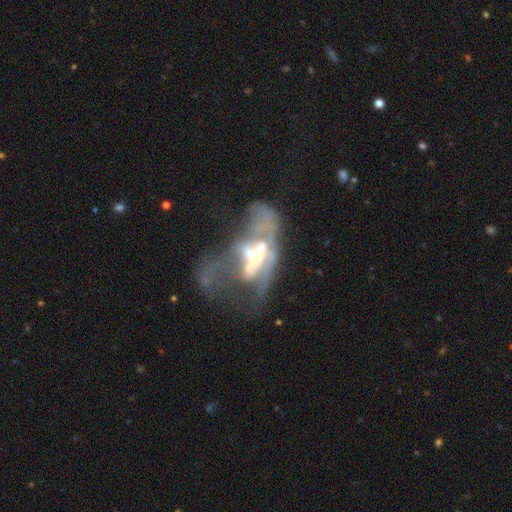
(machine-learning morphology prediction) A featured or disk galaxy (65%) with no bar (54%), no spiral arms (71%) and a moderate central bulge (30%). Merging: major disturbance (54%).